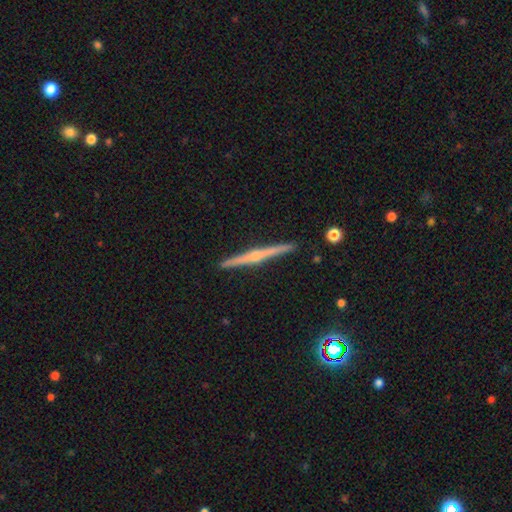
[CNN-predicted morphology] A featured or disk galaxy (81%) viewed edge-on (99%) with a rounded central bulge (85%). Merging: none (92%).